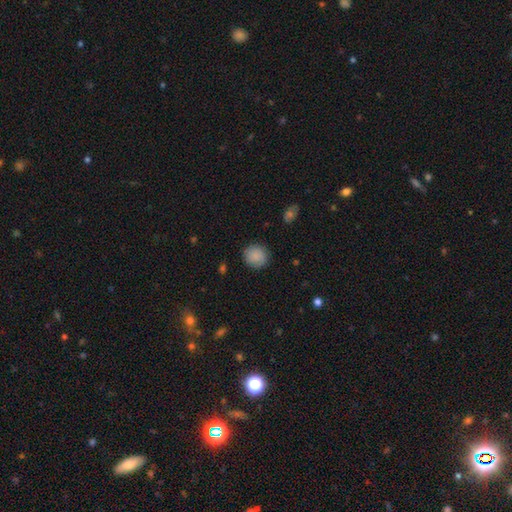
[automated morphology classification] This is clearly a smooth galaxy (84%). How rounded: clearly round (88%). Merging: clearly none (84%).